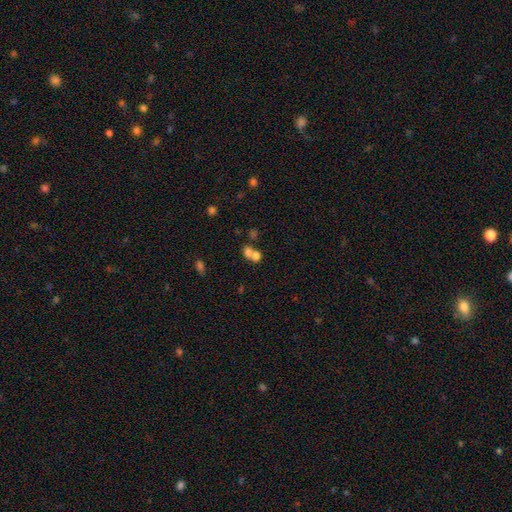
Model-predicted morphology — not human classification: type=smooth (70%); roundness=round (63%); merging=merger (64%).